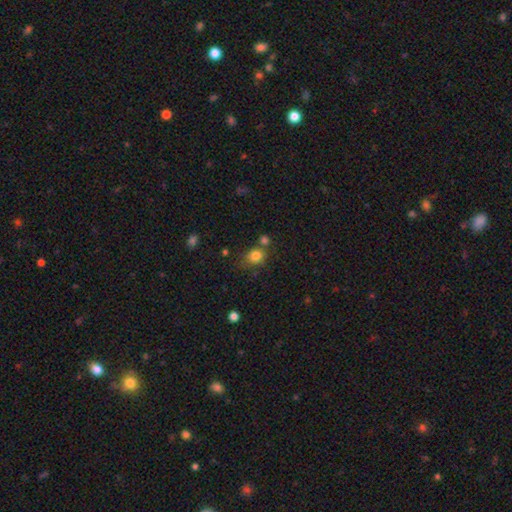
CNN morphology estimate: smooth-or-featured: smooth: 81% | star or artifact: 12% | featured or disk: 7%
  how-rounded: round: 68% | in between: 31% | cigar-shaped: 1%
  merging: none: 62% | merger: 18% | minor disturbance: 15% | major disturbance: 5%